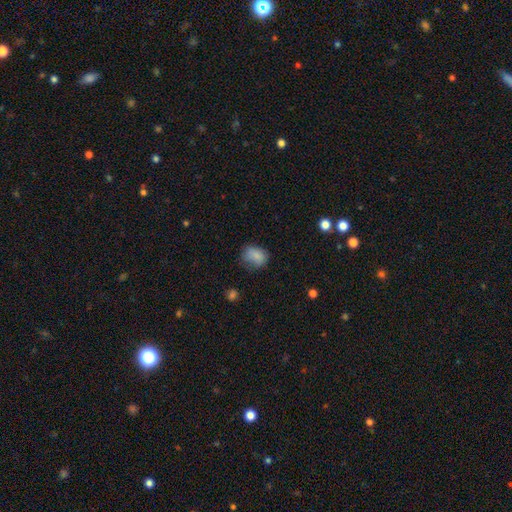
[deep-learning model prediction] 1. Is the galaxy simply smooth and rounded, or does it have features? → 81% smooth, 10% star or artifact, 8% featured or disk.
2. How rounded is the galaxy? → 56% in between, 43% round, 1% cigar-shaped.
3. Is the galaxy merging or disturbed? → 55% none, 31% minor disturbance, 12% major disturbance, 3% merger.